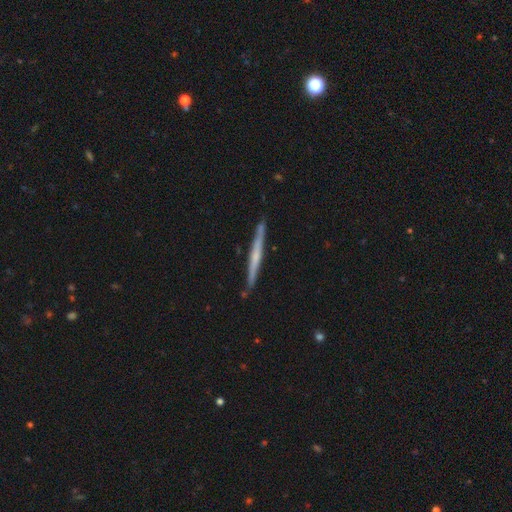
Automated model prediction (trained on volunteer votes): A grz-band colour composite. It shows a featured or disk galaxy (61%) viewed edge-on (98%) with no central bulge (59%). Merging: none (89%).